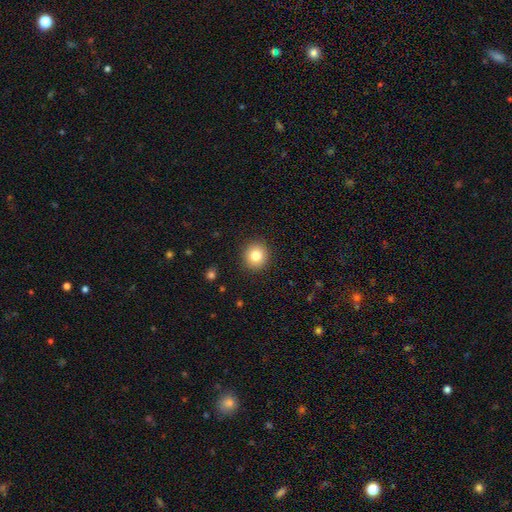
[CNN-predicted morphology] The model was most divided on "smooth or featured": smooth: 81%, star or artifact: 10%, featured or disk: 9%. More confident: how rounded — round (92%); merging — none (91%).